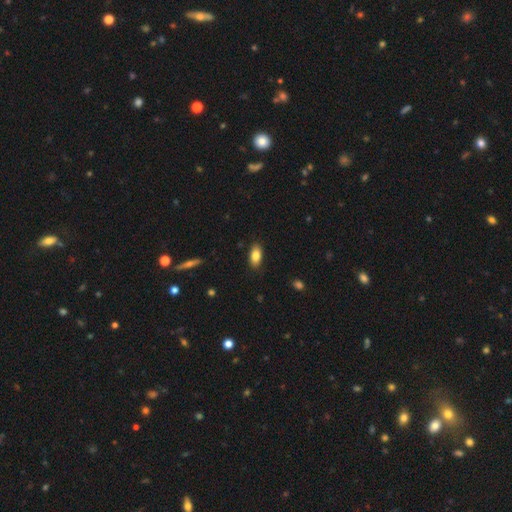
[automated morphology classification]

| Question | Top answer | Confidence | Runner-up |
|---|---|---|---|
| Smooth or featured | smooth | 83% | featured or disk (9%) |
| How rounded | in between | 90% | cigar-shaped (6%) |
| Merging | none | 86% | minor disturbance (11%) |